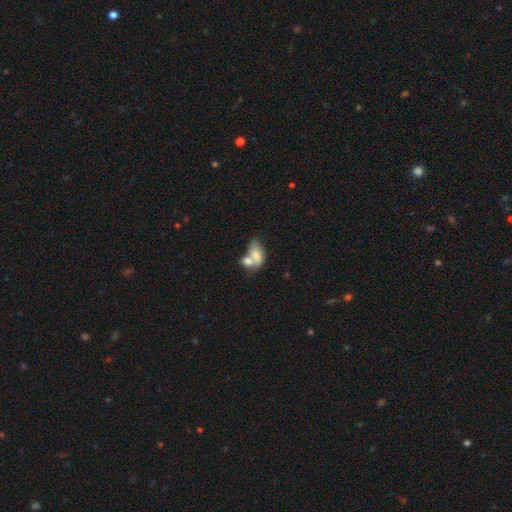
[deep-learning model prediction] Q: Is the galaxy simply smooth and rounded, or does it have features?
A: smooth — 67%.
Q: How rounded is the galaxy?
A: in between — 88%.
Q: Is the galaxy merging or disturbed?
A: merger — 64%.